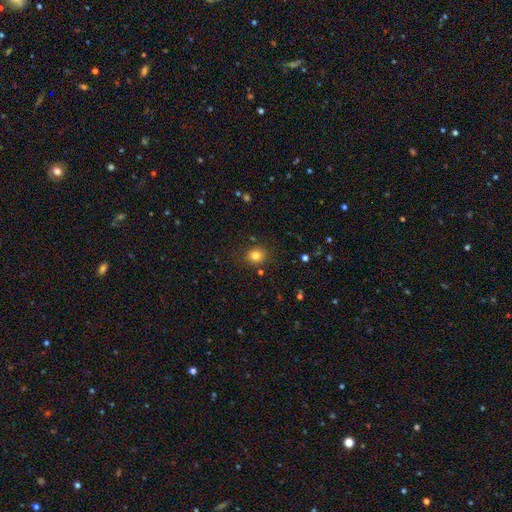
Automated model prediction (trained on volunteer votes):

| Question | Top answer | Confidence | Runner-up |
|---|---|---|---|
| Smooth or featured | smooth | 81% | star or artifact (13%) |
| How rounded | round | 84% | in between (15%) |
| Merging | none | 86% | minor disturbance (9%) |